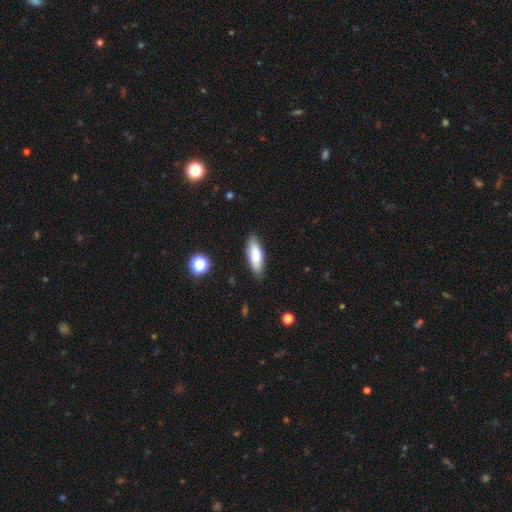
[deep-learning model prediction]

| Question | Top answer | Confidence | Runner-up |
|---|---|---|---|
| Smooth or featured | smooth | 75% | featured or disk (19%) |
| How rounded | in between | 66% | cigar-shaped (32%) |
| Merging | none | 87% | minor disturbance (10%) |